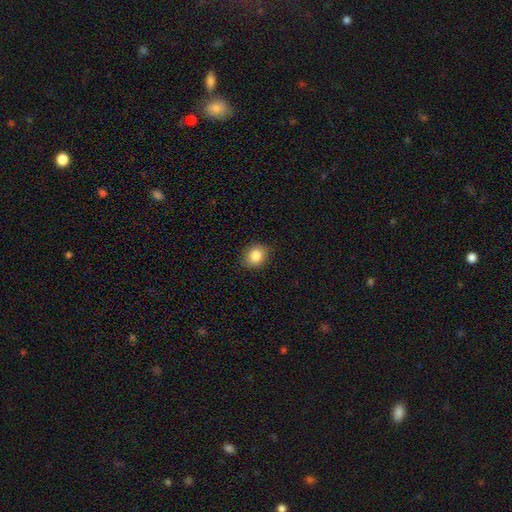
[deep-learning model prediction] Smooth or featured?
  - smooth: 85% *
  - star or artifact: 9%
  - featured or disk: 6%
How rounded?
  - round: 60% *
  - in between: 39%
  - cigar-shaped: 1%
Merging?
  - none: 88% *
  - minor disturbance: 9%
  - major disturbance: 2%
  - merger: 1%